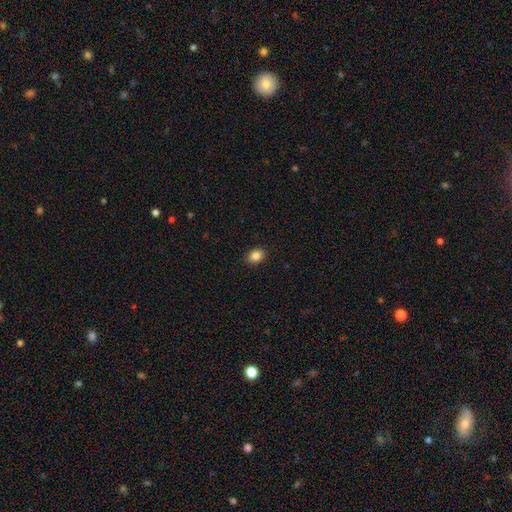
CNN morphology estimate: A smooth galaxy with no disk features (86%) that is in between round and cigar-shaped (60%). Merging: none (91%).